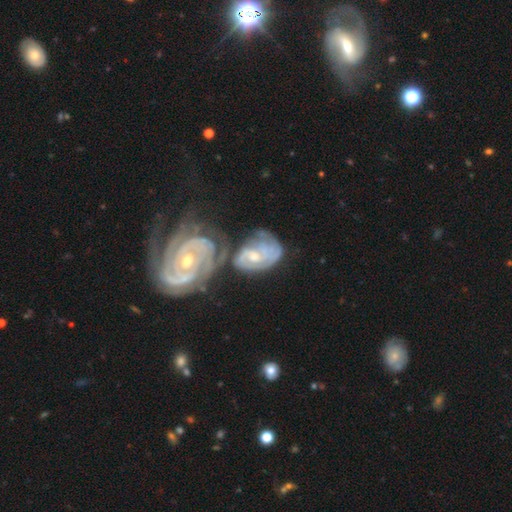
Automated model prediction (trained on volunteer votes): Q: Smooth or featured?
A: featured or disk (81%); runner-up: smooth (13%)
Q: Edge-on disk?
A: no (97%); runner-up: yes (3%)
Q: Bar?
A: no (61%); runner-up: weak (31%)
Q: Spiral arms?
A: yes (90%); runner-up: no (10%)
Q: Spiral winding?
A: tight (66%); runner-up: medium (27%)
Q: Spiral arm count?
A: can't tell (35%); runner-up: 3 (25%)
Q: Bulge size?
A: moderate (58%); runner-up: small (35%)
Q: Merging?
A: merger (50%); runner-up: none (23%)